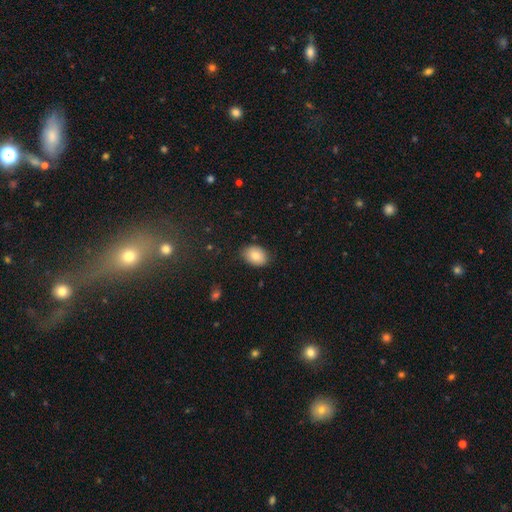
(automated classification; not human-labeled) A smooth galaxy with no disk features (83%) that is in between round and cigar-shaped (78%). Merging: none (84%).